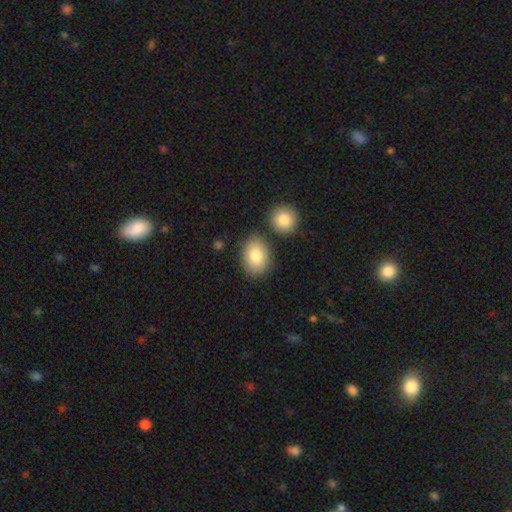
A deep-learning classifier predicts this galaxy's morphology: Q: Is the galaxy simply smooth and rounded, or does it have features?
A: smooth — 82%.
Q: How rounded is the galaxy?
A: in between — 67%.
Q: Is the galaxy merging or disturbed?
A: none — 74%.